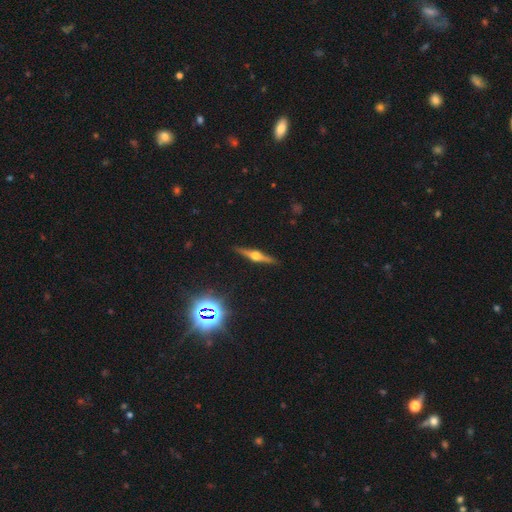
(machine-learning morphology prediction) Smooth or featured? featured or disk (77%)
Edge-on disk? yes (98%)
Edge-on bulge? rounded (95%)
Merging? none (91%)